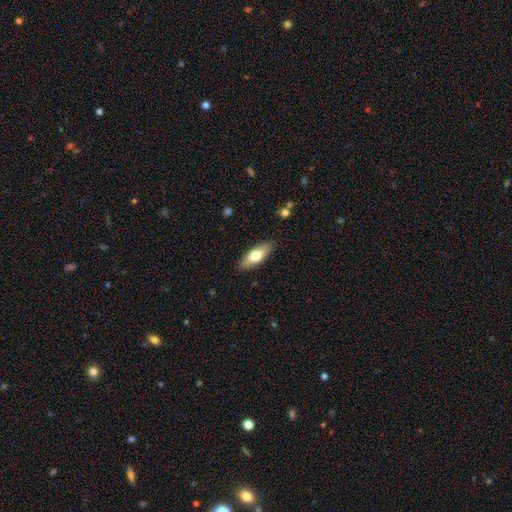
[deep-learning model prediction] A smooth galaxy with no disk features (71%) that is in between round and cigar-shaped (71%). Merging: none (88%).